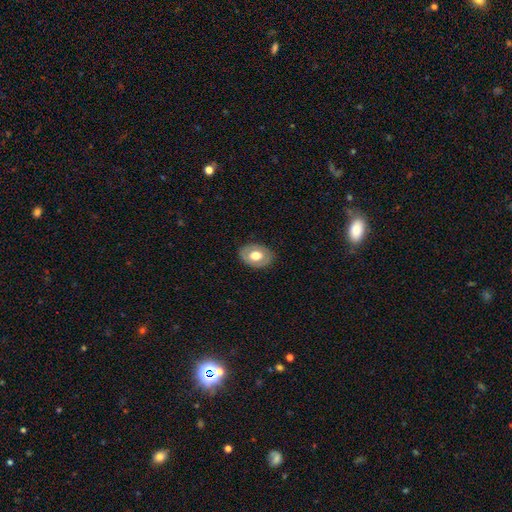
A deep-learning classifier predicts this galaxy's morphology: A smooth galaxy with no disk features (57%) that is in between round and cigar-shaped (76%). Merging: none (84%).